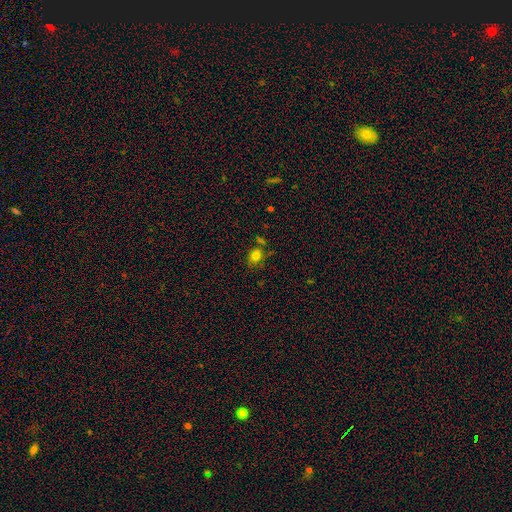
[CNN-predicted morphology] Q: Smooth or featured?
A: smooth (76%); runner-up: star or artifact (14%)
Q: How rounded?
A: round (55%); runner-up: in between (44%)
Q: Merging?
A: none (62%); runner-up: minor disturbance (21%)